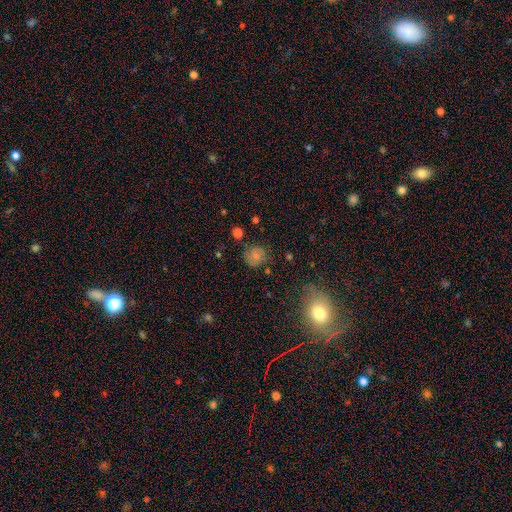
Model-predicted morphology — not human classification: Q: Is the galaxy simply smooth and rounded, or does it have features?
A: smooth — 74%.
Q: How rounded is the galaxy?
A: round — 85%.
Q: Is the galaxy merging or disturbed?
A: none — 75%.